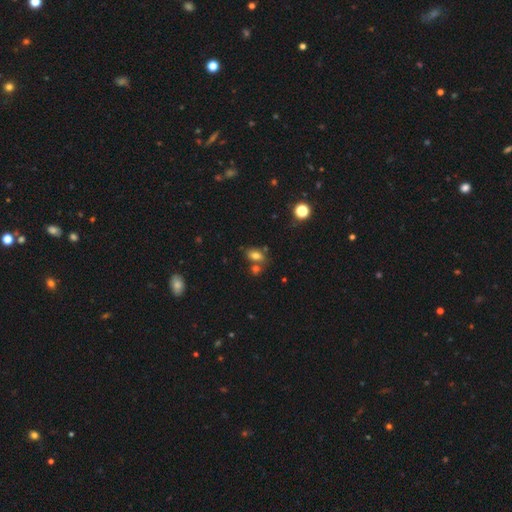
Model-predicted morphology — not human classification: smooth-or-featured: smooth: 72% | star or artifact: 14% | featured or disk: 14%
  how-rounded: in between: 81% | round: 16% | cigar-shaped: 3%
  merging: none: 56% | merger: 25% | minor disturbance: 14% | major disturbance: 5%